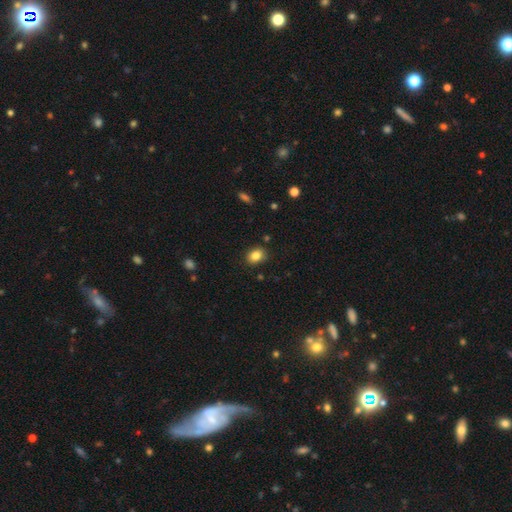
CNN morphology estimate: Overall: smooth (84%). How rounded: in between (57%; round 42%). Merging: none (85%).